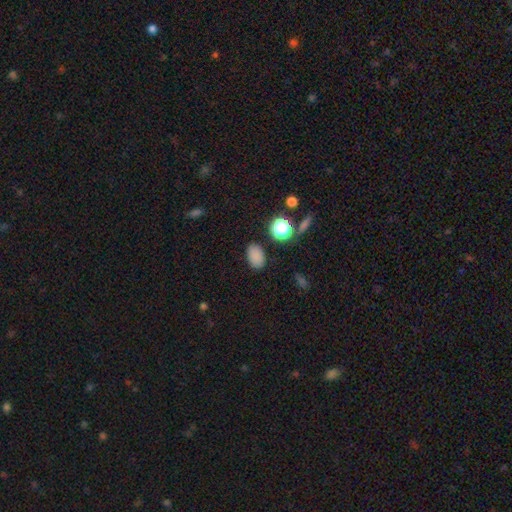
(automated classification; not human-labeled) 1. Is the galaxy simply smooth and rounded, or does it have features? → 81% smooth, 14% star or artifact, 5% featured or disk.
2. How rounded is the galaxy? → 83% in between, 15% round, 1% cigar-shaped.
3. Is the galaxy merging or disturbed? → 83% none, 11% minor disturbance, 3% major disturbance, 2% merger.